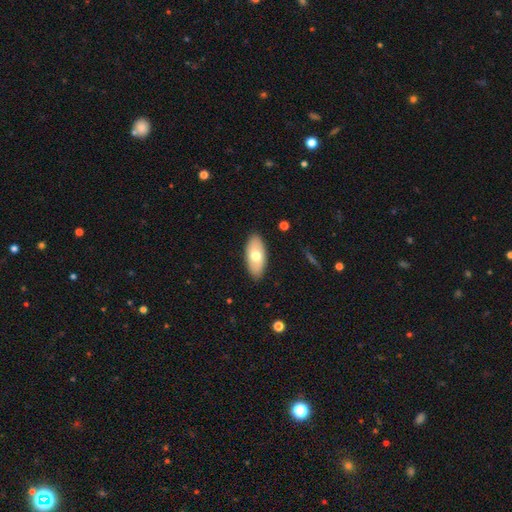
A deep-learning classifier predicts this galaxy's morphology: This is likely a smooth galaxy (66%). How rounded: clearly in between (91%). Merging: clearly none (87%).